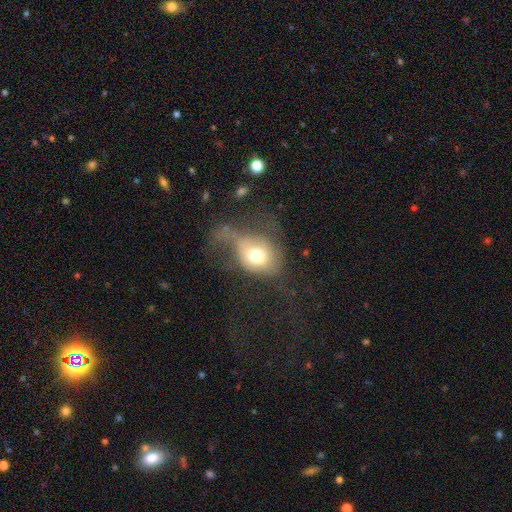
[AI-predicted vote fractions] smooth 65%, featured or disk 25%, star or artifact 10%. Down the decision tree: how rounded — in between (53%); merging — major disturbance (55%).